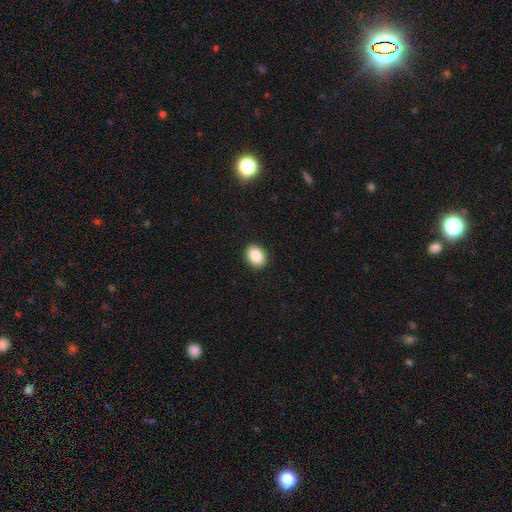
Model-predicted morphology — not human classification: Smooth or featured: smooth — 86% (star or artifact — 8%)
How rounded: in between — 63% (round — 36%)
Merging: none — 91% (minor disturbance — 6%)